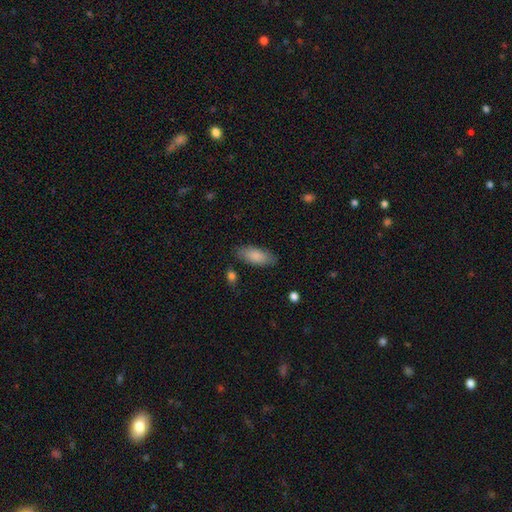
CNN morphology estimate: A smooth galaxy with no disk features (86%) that is in between round and cigar-shaped (83%).

Vote fractions:
- Smooth or featured? smooth: 86% / featured or disk: 8% / star or artifact: 6%
- How rounded? in between: 83% / cigar-shaped: 15% / round: 2%
- Merging? none: 81% / minor disturbance: 13% / major disturbance: 3% / merger: 2%